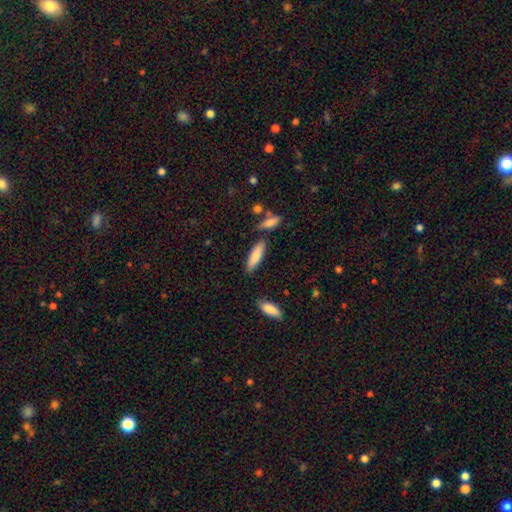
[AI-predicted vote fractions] A smooth galaxy with no disk features (82%) that is cigar-shaped (59%).

Vote fractions:
- Smooth or featured? smooth: 82% / featured or disk: 12% / star or artifact: 6%
- How rounded? cigar-shaped: 59% / in between: 40% / round: 2%
- Merging? none: 77% / minor disturbance: 12% / merger: 8% / major disturbance: 3%